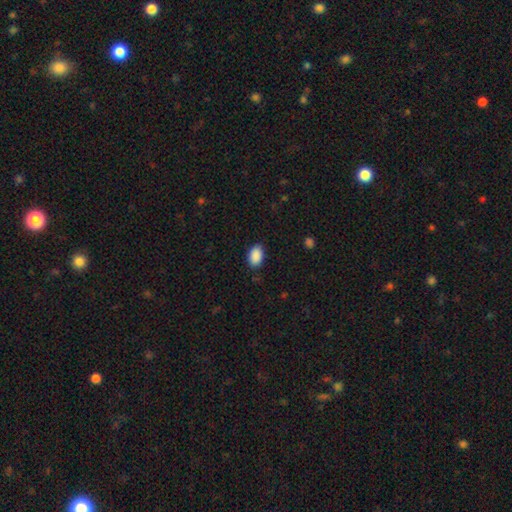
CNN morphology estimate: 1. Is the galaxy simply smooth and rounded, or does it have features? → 91% smooth, 7% star or artifact, 3% featured or disk.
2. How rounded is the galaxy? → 89% in between, 10% round, 1% cigar-shaped.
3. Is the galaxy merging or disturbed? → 86% none, 11% minor disturbance, 2% major disturbance, 1% merger.